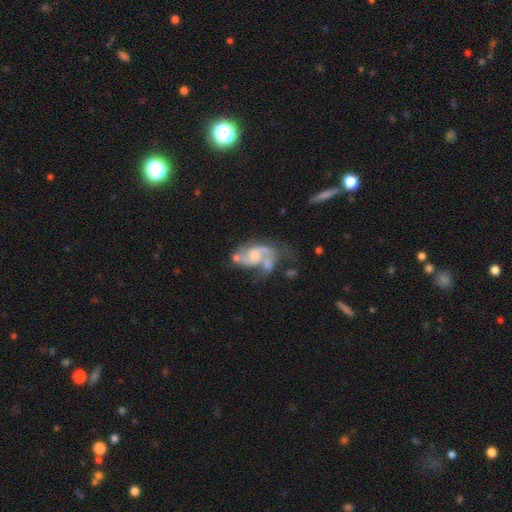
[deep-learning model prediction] smooth-or-featured: featured or disk: 77% | smooth: 16% | star or artifact: 7%
  disk-edge-on: no: 97% | yes: 3%
    bar: no: 60% | weak: 33% | strong: 8%
    has-spiral-arms: yes: 86% | no: 14%
      spiral-winding: medium: 44% | loose: 43% | tight: 13%
      spiral-arm-count: 2: 81% | can't tell: 8% | 1: 5% | 3: 3% | 4: 1% | more than 4: 1%
    bulge-size: moderate: 37% | small: 36% | none: 18% | large: 8% | dominant: 2%
  merging: merger: 30% | none: 29% | major disturbance: 23% | minor disturbance: 18%